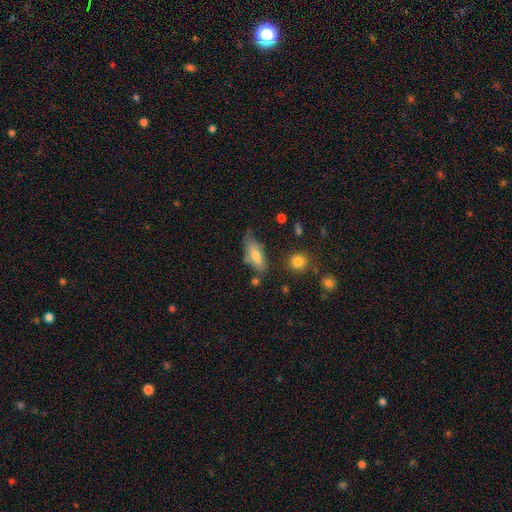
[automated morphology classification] type=smooth (66%); roundness=in between (68%); merging=none (52%).